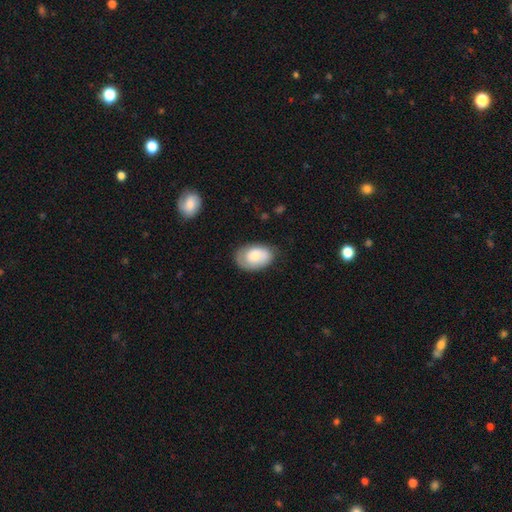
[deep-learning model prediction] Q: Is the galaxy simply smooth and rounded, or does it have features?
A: smooth — 63%.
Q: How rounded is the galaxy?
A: in between — 85%.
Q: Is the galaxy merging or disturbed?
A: none — 69%.